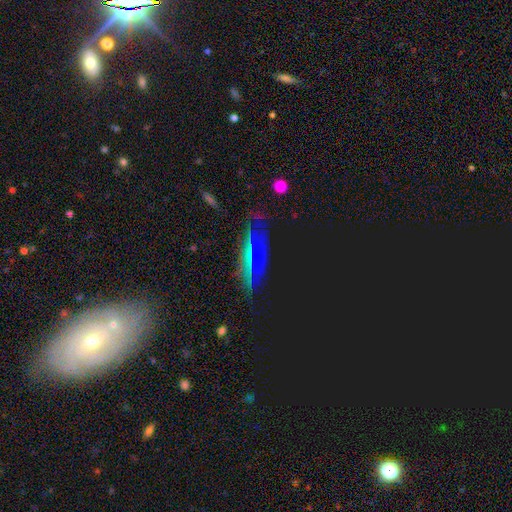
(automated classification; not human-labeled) Smooth or featured? star or artifact (47%)